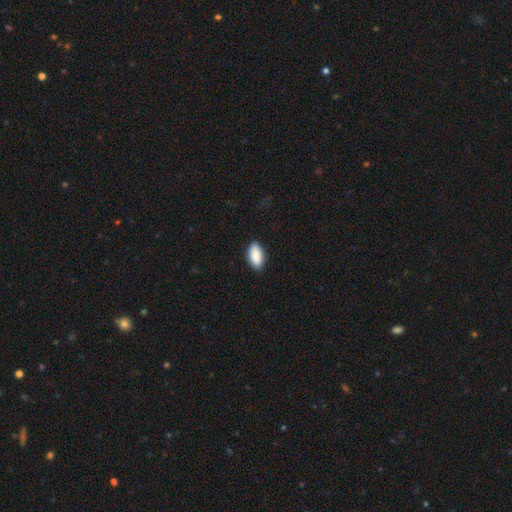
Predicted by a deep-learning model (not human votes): Smooth or featured? Predicted: smooth (p=0.90). How rounded? Predicted: in between (p=0.93). Merging? Predicted: none (p=0.89).